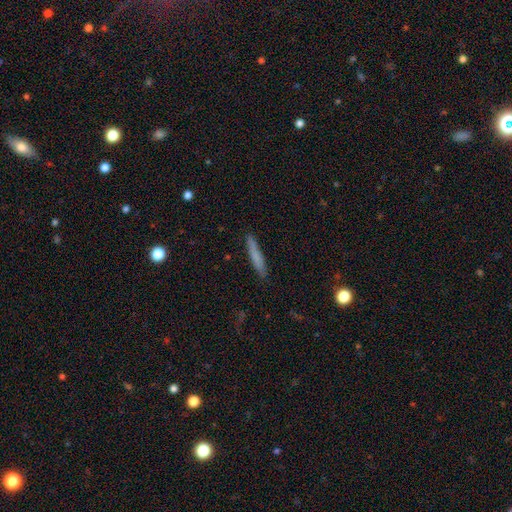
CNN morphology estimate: smooth 72%, featured or disk 21%, star or artifact 7%. Down the decision tree: how rounded — cigar-shaped (95%); merging — none (88%).